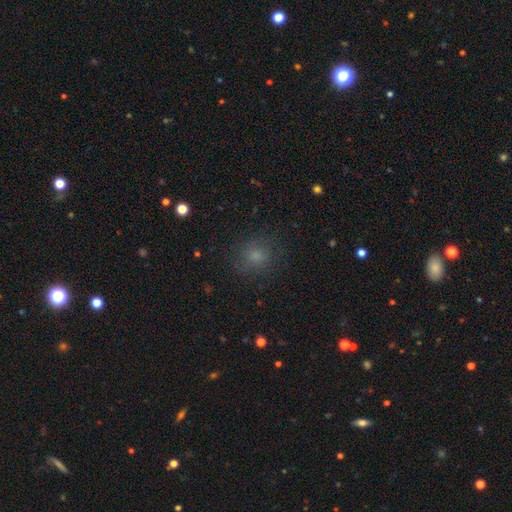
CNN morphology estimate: This appears to be a smooth galaxy with no disk features (74%) that is round (83%). Merging: none (83%).